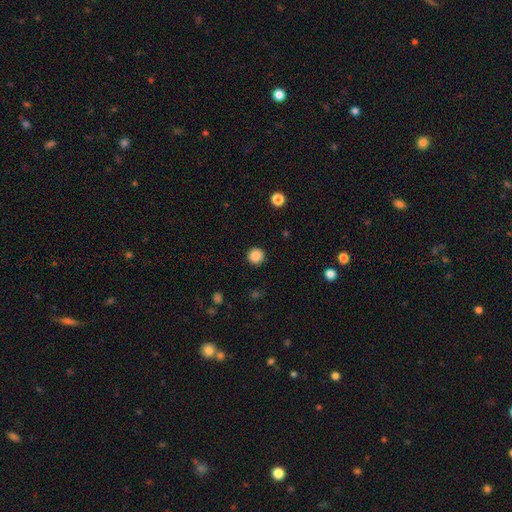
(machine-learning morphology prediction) This appears to be a smooth galaxy with no disk features (86%) that is round (95%). Merging: none (91%).